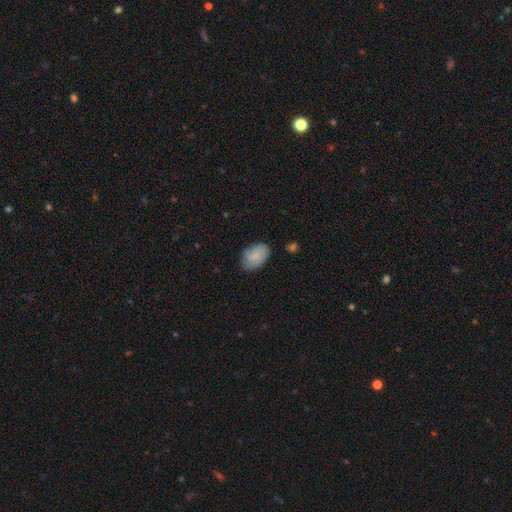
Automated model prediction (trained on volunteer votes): Smooth or featured?
  - smooth: 75% *
  - featured or disk: 18%
  - star or artifact: 7%
How rounded?
  - in between: 88% *
  - round: 11%
  - cigar-shaped: 1%
Merging?
  - none: 72% *
  - minor disturbance: 22%
  - major disturbance: 5%
  - merger: 2%